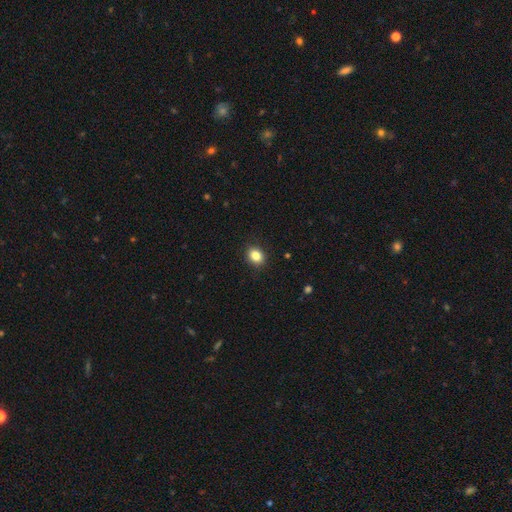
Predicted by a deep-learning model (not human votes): Smooth or featured: smooth — 85% (star or artifact — 10%)
How rounded: in between — 50% (round — 49%)
Merging: none — 89% (minor disturbance — 8%)